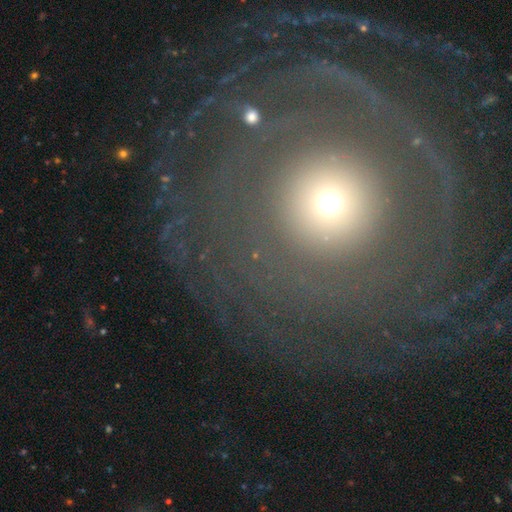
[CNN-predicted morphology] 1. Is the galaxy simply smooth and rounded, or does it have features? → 69% featured or disk, 19% smooth, 12% star or artifact.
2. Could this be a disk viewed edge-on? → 96% no, 4% yes.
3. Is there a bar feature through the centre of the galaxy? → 89% no, 7% weak, 4% strong.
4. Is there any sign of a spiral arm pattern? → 70% yes, 30% no.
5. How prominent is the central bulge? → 51% small, 37% moderate, 8% large, 3% dominant, 1% none.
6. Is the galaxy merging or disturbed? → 78% none, 11% major disturbance, 9% minor disturbance, 2% merger.